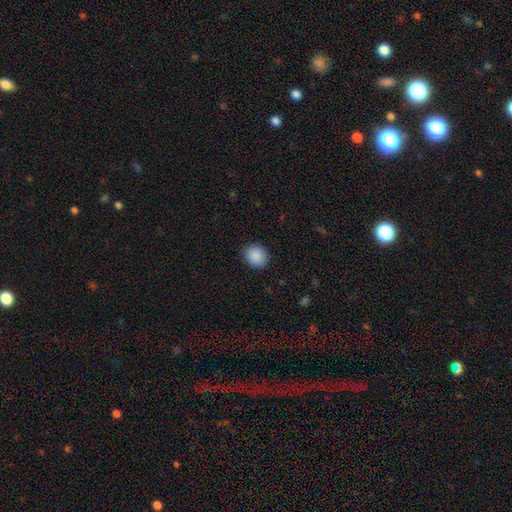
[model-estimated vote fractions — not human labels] Smooth or featured?
  - smooth: 90% *
  - star or artifact: 8%
  - featured or disk: 3%
How rounded?
  - round: 75% *
  - in between: 25%
  - cigar-shaped: 1%
Merging?
  - none: 90% *
  - minor disturbance: 7%
  - major disturbance: 2%
  - merger: 1%